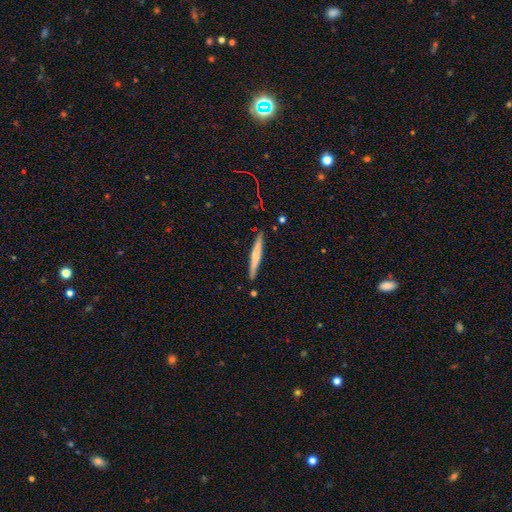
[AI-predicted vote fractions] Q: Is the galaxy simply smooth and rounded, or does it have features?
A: smooth — 55%.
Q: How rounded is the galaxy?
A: cigar-shaped — 96%.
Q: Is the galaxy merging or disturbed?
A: none — 90%.